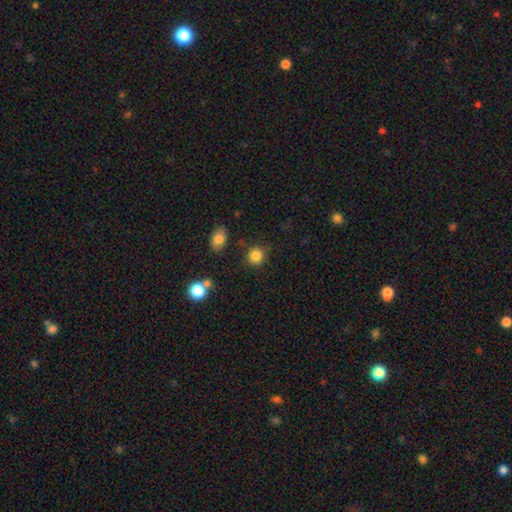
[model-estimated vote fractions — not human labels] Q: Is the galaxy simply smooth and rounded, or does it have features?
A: smooth — 85%.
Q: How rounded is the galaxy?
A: round — 86%.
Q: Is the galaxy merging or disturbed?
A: none — 82%.